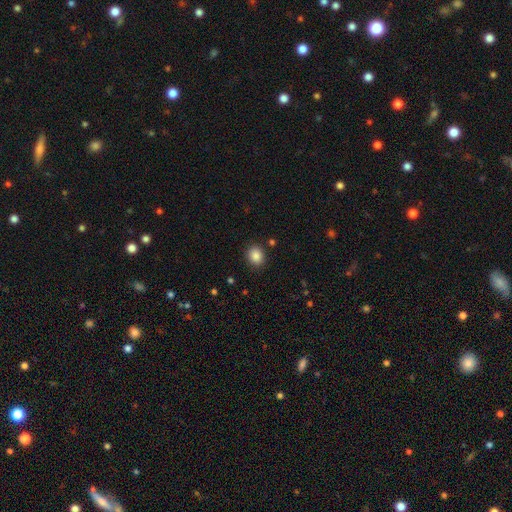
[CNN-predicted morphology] Smooth or featured?
  - smooth: 87% *
  - star or artifact: 9%
  - featured or disk: 4%
How rounded?
  - round: 70% *
  - in between: 29%
  - cigar-shaped: 1%
Merging?
  - none: 88% *
  - minor disturbance: 8%
  - major disturbance: 3%
  - merger: 2%